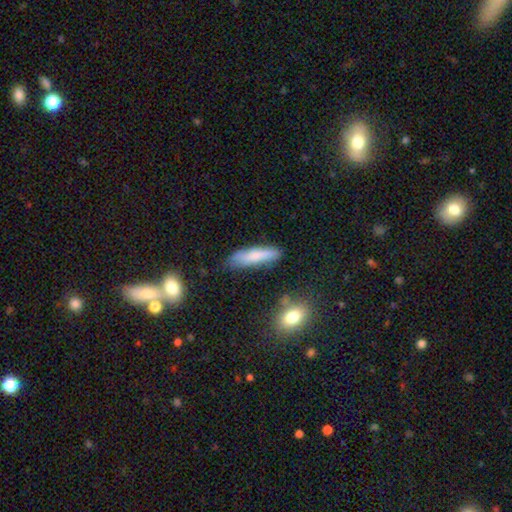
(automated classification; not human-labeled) Smooth or featured?
  - smooth: 78% *
  - featured or disk: 16%
  - star or artifact: 6%
How rounded?
  - cigar-shaped: 77% *
  - in between: 21%
  - round: 2%
Merging?
  - none: 74% *
  - minor disturbance: 19%
  - major disturbance: 4%
  - merger: 4%